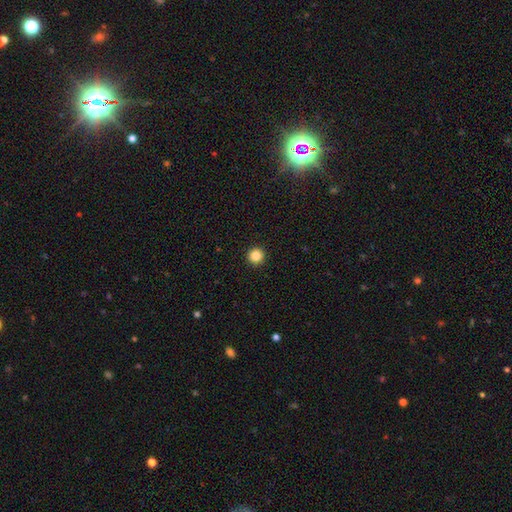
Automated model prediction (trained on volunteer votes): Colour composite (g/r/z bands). It shows a smooth galaxy with no disk features (85%) that is round (96%). Merging: none (94%).